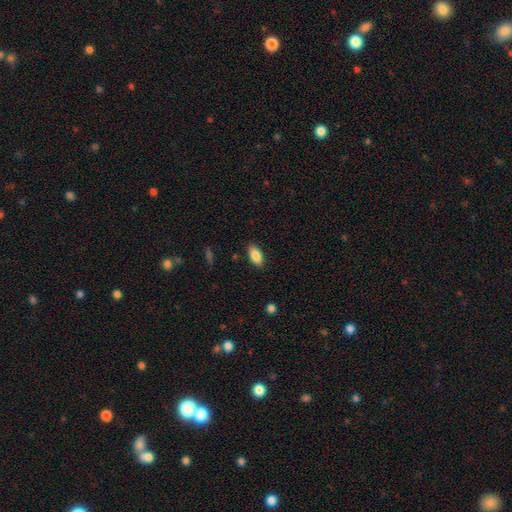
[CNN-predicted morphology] Smooth or featured: smooth — 86% (star or artifact — 7%)
How rounded: in between — 91% (cigar-shaped — 6%)
Merging: none — 87% (minor disturbance — 10%)